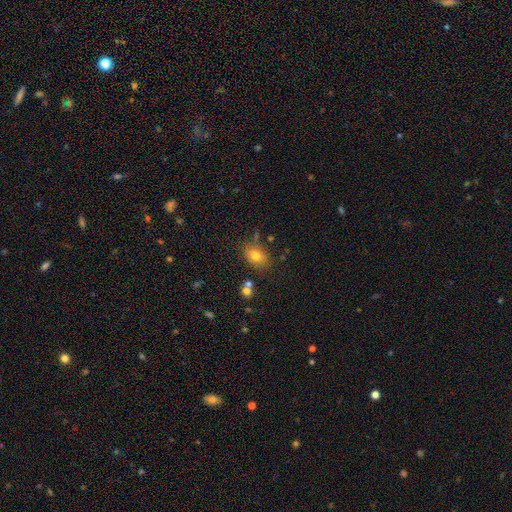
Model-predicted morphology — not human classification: Smooth or featured: smooth — 76% (featured or disk — 12%)
How rounded: in between — 66% (round — 33%)
Merging: none — 75% (minor disturbance — 14%)